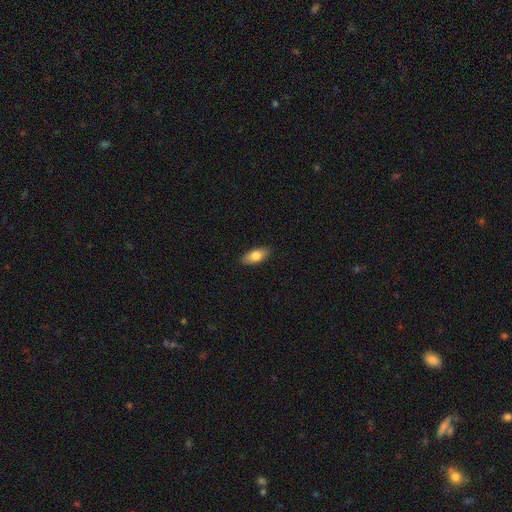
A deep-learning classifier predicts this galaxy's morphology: Q: Smooth or featured?
A: smooth (77%); runner-up: featured or disk (17%)
Q: How rounded?
A: in between (85%); runner-up: cigar-shaped (11%)
Q: Merging?
A: none (88%); runner-up: minor disturbance (9%)